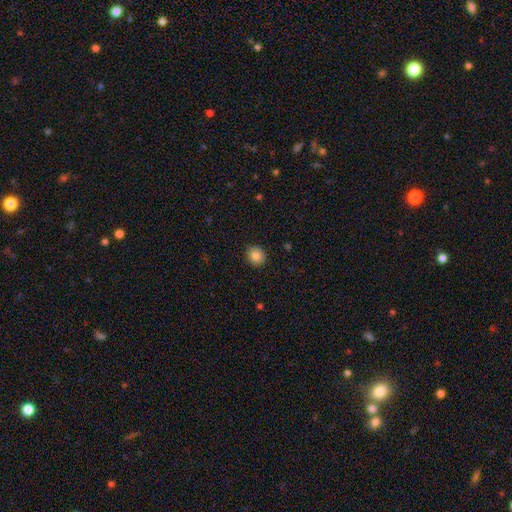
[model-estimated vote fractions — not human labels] Smooth or featured: smooth — 84% (star or artifact — 9%)
How rounded: round — 83% (in between — 16%)
Merging: none — 91% (minor disturbance — 7%)